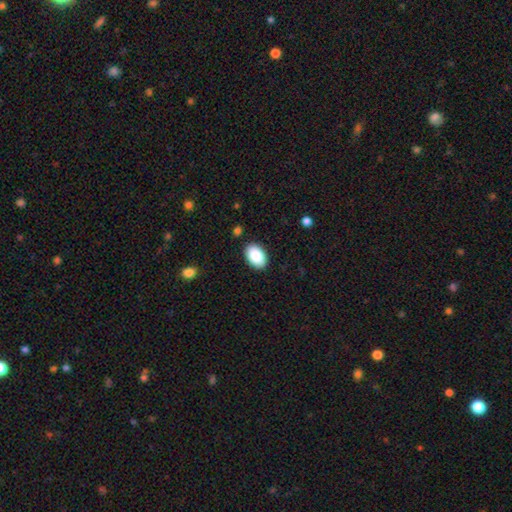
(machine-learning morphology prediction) A smooth galaxy with no disk features (89%) that is in between round and cigar-shaped (91%).

Vote fractions:
- Smooth or featured? smooth: 89% / star or artifact: 7% / featured or disk: 4%
- How rounded? in between: 91% / round: 8% / cigar-shaped: 1%
- Merging? none: 89% / minor disturbance: 8% / major disturbance: 2% / merger: 1%